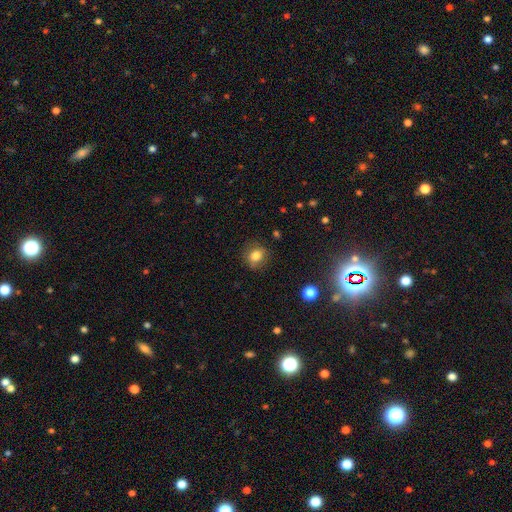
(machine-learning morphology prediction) This appears to be a smooth galaxy with no disk features (80%) that is round (69%). Merging: none (78%).